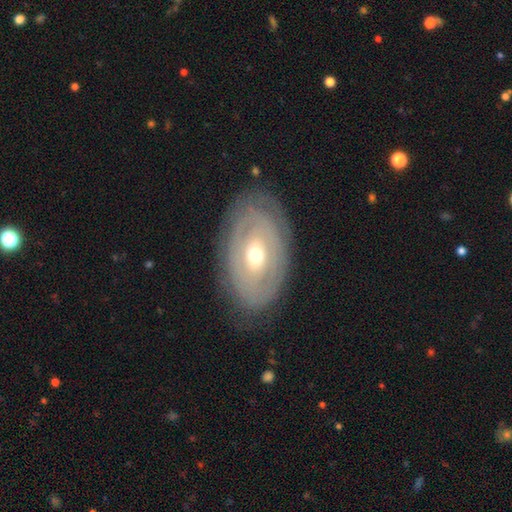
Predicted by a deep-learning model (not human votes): Smooth or featured? featured or disk (71%)
Edge-on disk? no (92%)
Bar? no (68%)
Spiral arms? yes (51%)
Bulge size? moderate (57%)
Merging? none (80%)